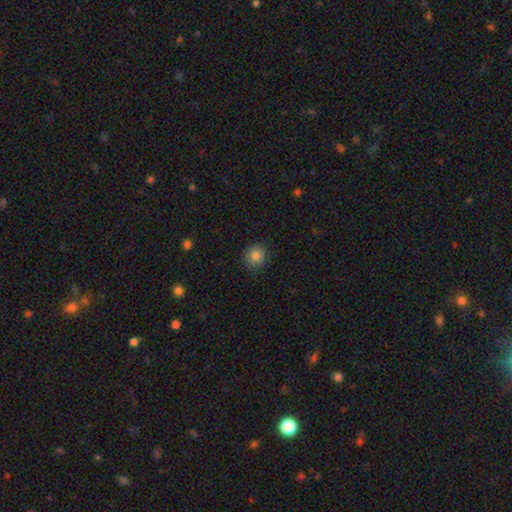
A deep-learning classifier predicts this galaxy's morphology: smooth_or_featured: smooth (p=0.82) [alt: star or artifact p=0.11]
how_rounded: round (p=0.88) [alt: in between p=0.11]
merging: none (p=0.85) [alt: minor disturbance p=0.12]